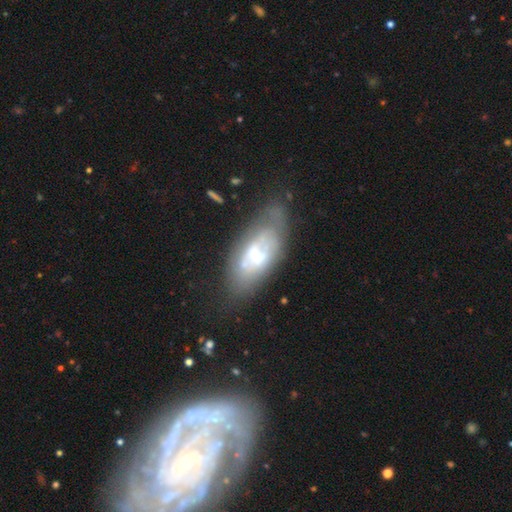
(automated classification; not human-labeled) This is possibly a featured or disk galaxy (60%). It is clearly not viewed edge-on (81%). Merging: possibly none (49%).